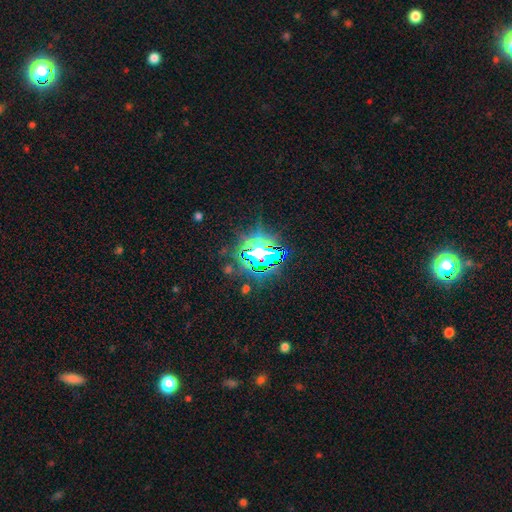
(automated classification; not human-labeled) Smooth or featured: star or artifact — 73% (smooth — 16%)